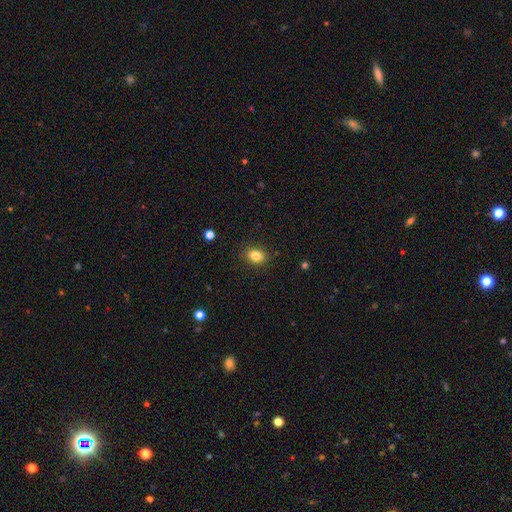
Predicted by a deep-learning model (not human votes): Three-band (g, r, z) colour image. It shows a smooth galaxy with no disk features (83%) that is in between round and cigar-shaped (66%). Merging: none (87%).